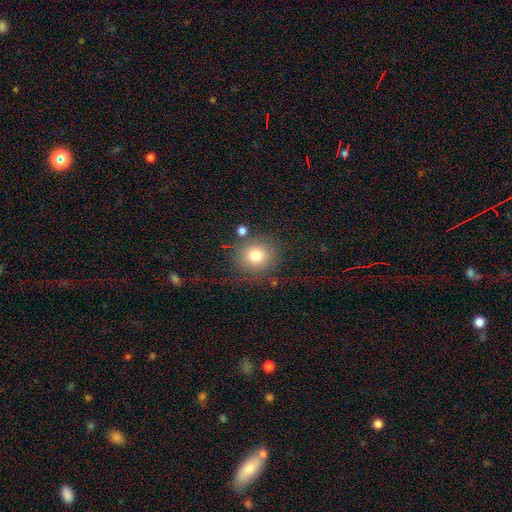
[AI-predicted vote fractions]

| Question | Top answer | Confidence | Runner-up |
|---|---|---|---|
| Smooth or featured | smooth | 79% | star or artifact (11%) |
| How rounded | round | 88% | in between (11%) |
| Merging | none | 77% | minor disturbance (12%) |